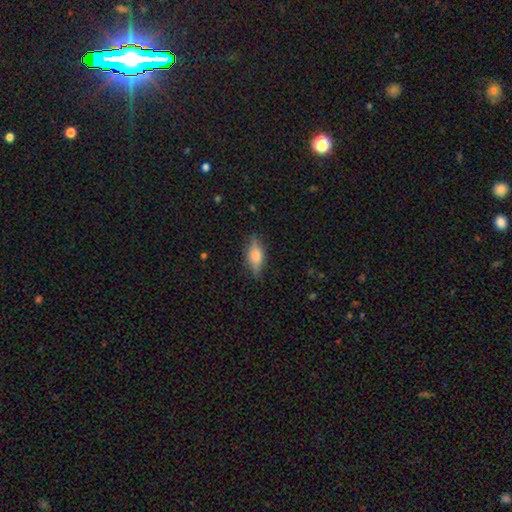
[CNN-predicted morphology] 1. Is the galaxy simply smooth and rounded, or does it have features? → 61% smooth, 31% featured or disk, 8% star or artifact.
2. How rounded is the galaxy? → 72% in between, 24% cigar-shaped, 4% round.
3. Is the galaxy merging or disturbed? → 79% none, 16% minor disturbance, 4% major disturbance, 1% merger.